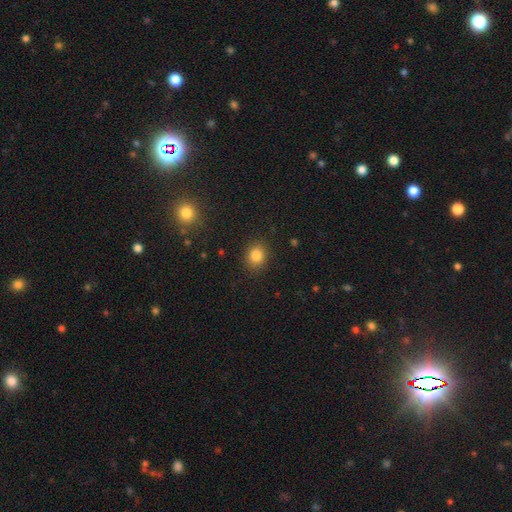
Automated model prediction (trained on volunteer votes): A smooth galaxy with no disk features (83%) that is round (71%).

Vote fractions:
- Smooth or featured? smooth: 83% / star or artifact: 11% / featured or disk: 5%
- How rounded? round: 71% / in between: 28% / cigar-shaped: 1%
- Merging? none: 88% / minor disturbance: 8% / major disturbance: 3% / merger: 1%